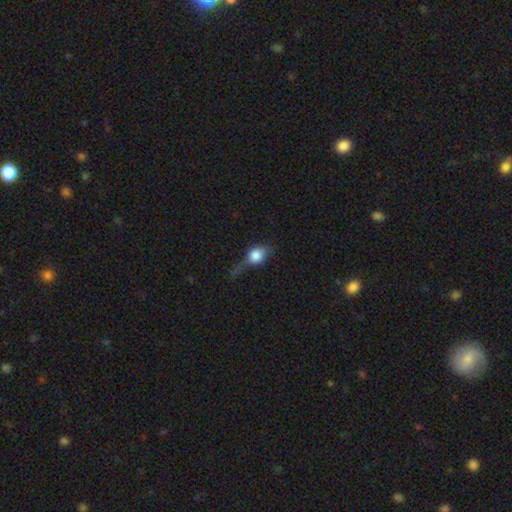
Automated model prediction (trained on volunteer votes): A smooth galaxy with no disk features (67%) that is in between round and cigar-shaped (49%).

Vote fractions:
- Smooth or featured? smooth: 67% / featured or disk: 22% / star or artifact: 10%
- How rounded? in between: 49% / round: 45% / cigar-shaped: 6%
- Merging? none: 35% / minor disturbance: 32% / major disturbance: 29% / merger: 5%